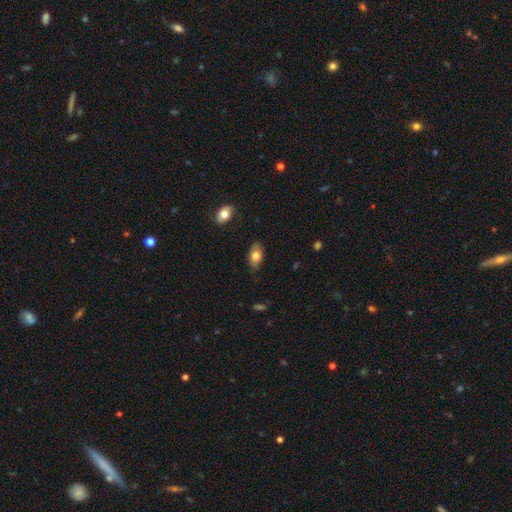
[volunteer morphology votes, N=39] smooth_or_featured: smooth (p=0.82) [alt: featured or disk p=0.13]
how_rounded: in between (p=0.88) [alt: round p=0.06]
merging: none (p=0.86) [alt: minor disturbance p=0.14]